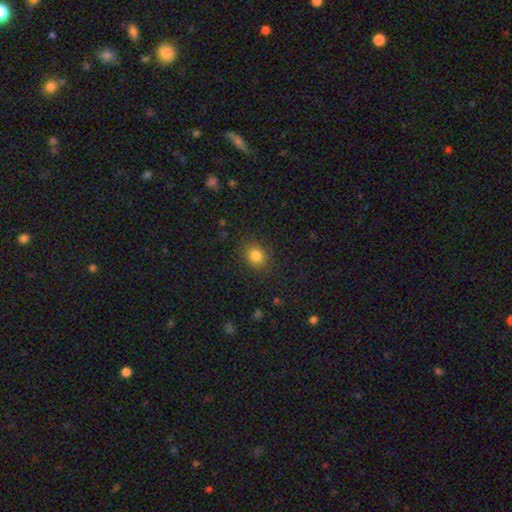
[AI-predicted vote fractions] Smooth or featured? Predicted: smooth (p=0.82). How rounded? Predicted: round (p=0.65). Merging? Predicted: none (p=0.86).